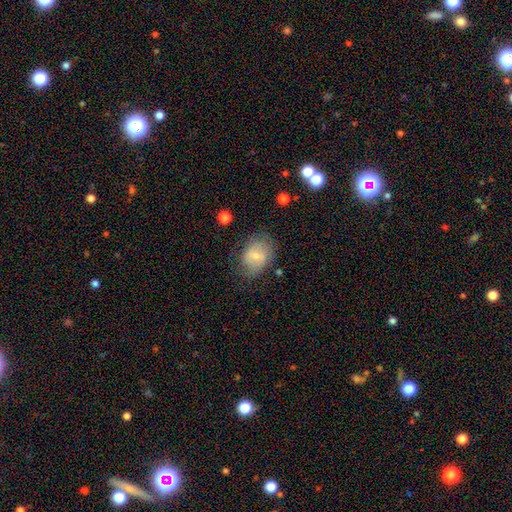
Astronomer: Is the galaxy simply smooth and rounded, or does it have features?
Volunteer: smooth — 71%.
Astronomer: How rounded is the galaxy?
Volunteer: in between — 70%.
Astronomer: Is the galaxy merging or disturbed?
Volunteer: none — 63%.